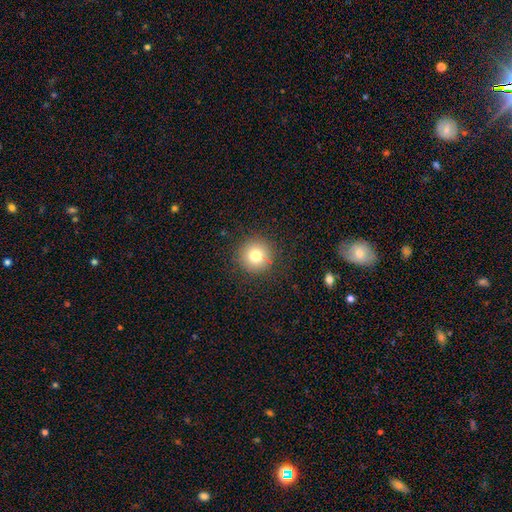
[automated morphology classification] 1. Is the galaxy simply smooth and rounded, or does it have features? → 77% smooth, 13% star or artifact, 10% featured or disk.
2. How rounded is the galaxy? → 95% round, 4% in between, 1% cigar-shaped.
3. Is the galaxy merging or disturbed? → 89% none, 7% minor disturbance, 3% major disturbance, 1% merger.